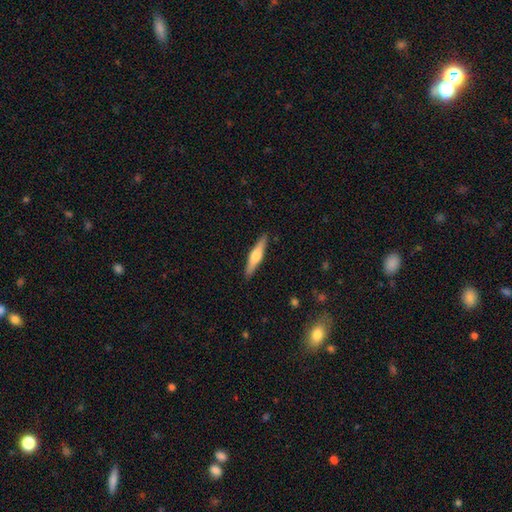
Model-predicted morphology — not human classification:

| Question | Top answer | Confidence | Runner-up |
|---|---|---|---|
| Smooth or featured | featured or disk | 54% | smooth (41%) |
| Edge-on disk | yes | 96% | no (4%) |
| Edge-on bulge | rounded | 90% | boxy (6%) |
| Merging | none | 90% | minor disturbance (7%) |